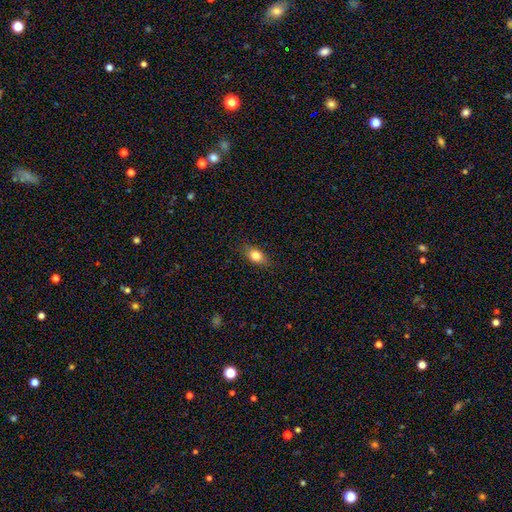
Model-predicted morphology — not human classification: type=smooth (78%); roundness=in between (77%); merging=none (85%).